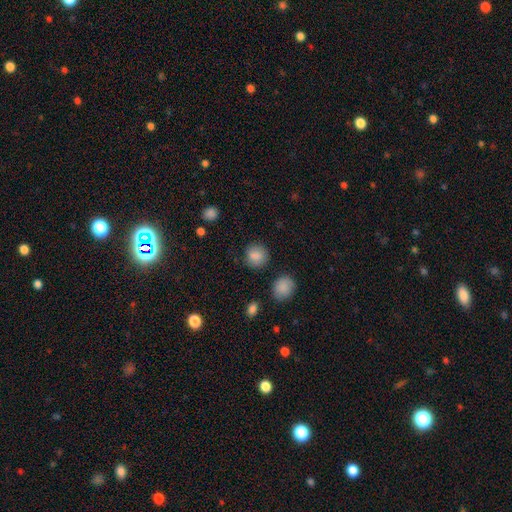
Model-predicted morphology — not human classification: smooth-or-featured: smooth: 86% | star or artifact: 9% | featured or disk: 5%
  how-rounded: round: 87% | in between: 12% | cigar-shaped: 1%
  merging: none: 84% | minor disturbance: 10% | major disturbance: 3% | merger: 3%